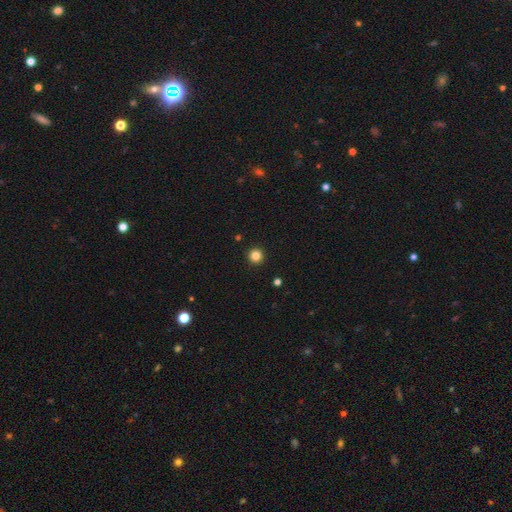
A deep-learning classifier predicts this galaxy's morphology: Q: Smooth or featured?
A: smooth (84%); runner-up: star or artifact (12%)
Q: How rounded?
A: round (96%); runner-up: in between (3%)
Q: Merging?
A: none (94%); runner-up: minor disturbance (4%)